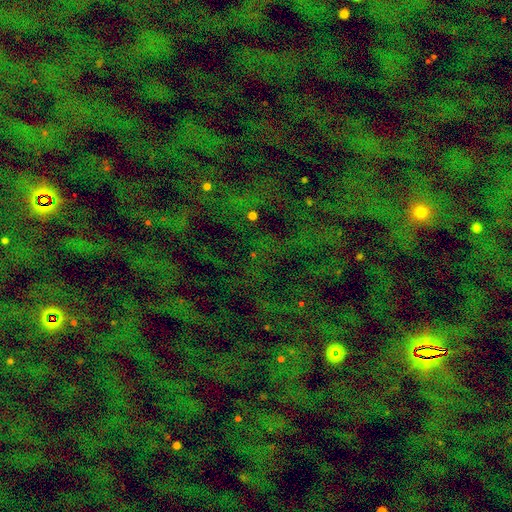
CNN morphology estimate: The model was most divided on "smooth or featured": star or artifact: 71%, smooth: 20%, featured or disk: 9%.